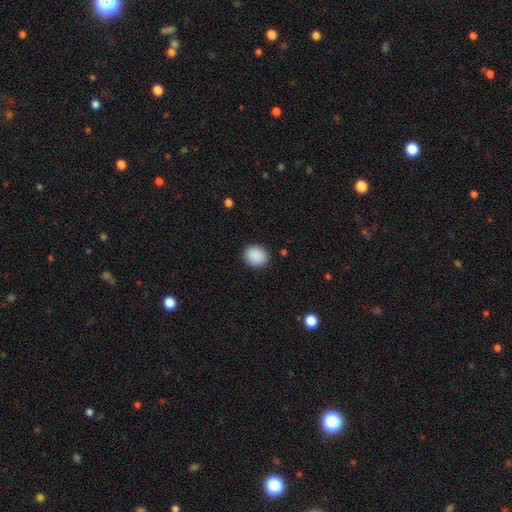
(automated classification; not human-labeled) A smooth galaxy with no disk features (90%) that is round (68%).

Vote fractions:
- Smooth or featured? smooth: 90% / star or artifact: 8% / featured or disk: 3%
- How rounded? round: 68% / in between: 31% / cigar-shaped: 1%
- Merging? none: 89% / minor disturbance: 8% / major disturbance: 2% / merger: 1%